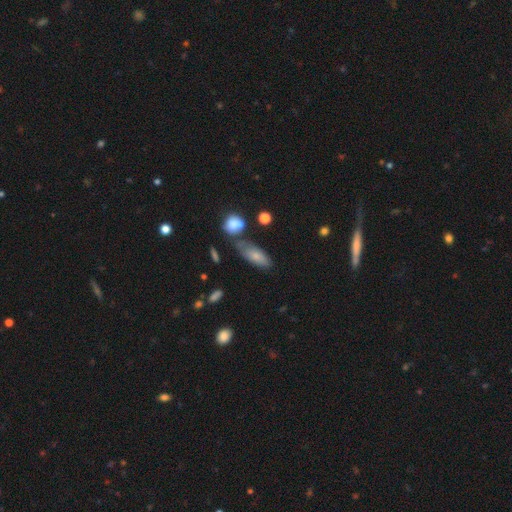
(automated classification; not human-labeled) The model was most divided on "merging": none: 58%, minor disturbance: 23%, merger: 12%, major disturbance: 7%. More confident: how rounded — in between (78%); smooth or featured — smooth (73%).